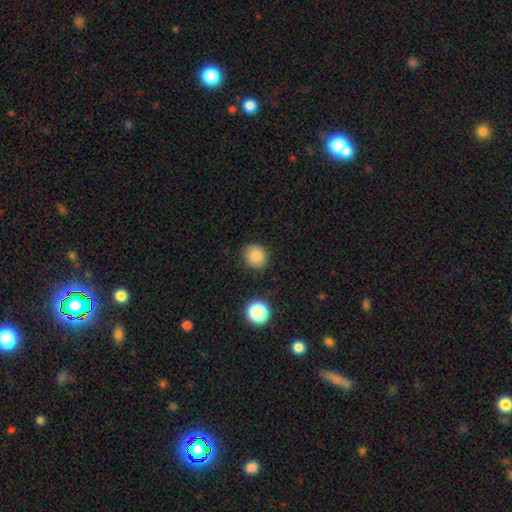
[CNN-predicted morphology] Q: Smooth or featured?
A: smooth (83%); runner-up: star or artifact (11%)
Q: How rounded?
A: round (84%); runner-up: in between (16%)
Q: Merging?
A: none (88%); runner-up: minor disturbance (8%)